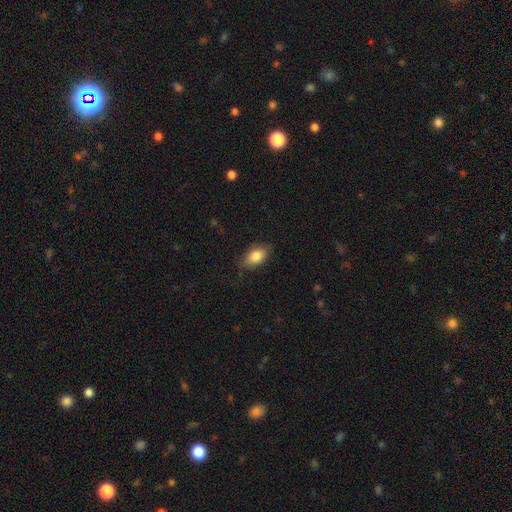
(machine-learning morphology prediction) Q: Smooth or featured?
A: smooth (83%); runner-up: featured or disk (10%)
Q: How rounded?
A: in between (88%); runner-up: round (9%)
Q: Merging?
A: none (77%); runner-up: minor disturbance (18%)